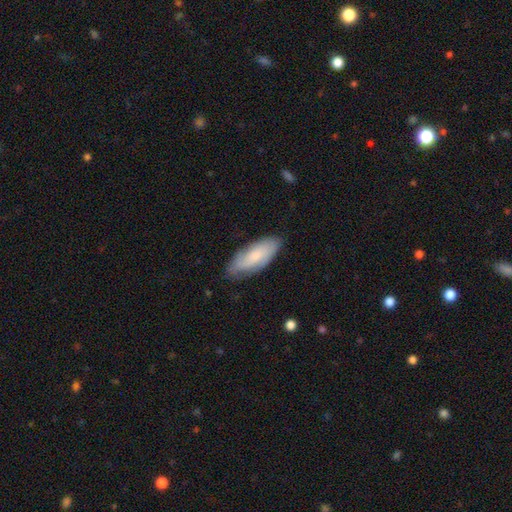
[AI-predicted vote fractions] Q: Smooth or featured?
A: smooth (64%); runner-up: featured or disk (30%)
Q: How rounded?
A: in between (76%); runner-up: cigar-shaped (22%)
Q: Merging?
A: none (74%); runner-up: minor disturbance (20%)